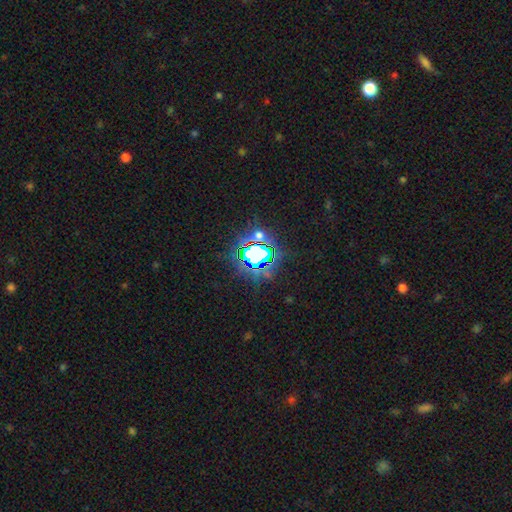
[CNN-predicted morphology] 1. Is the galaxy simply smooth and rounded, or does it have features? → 72% star or artifact, 16% smooth, 11% featured or disk.